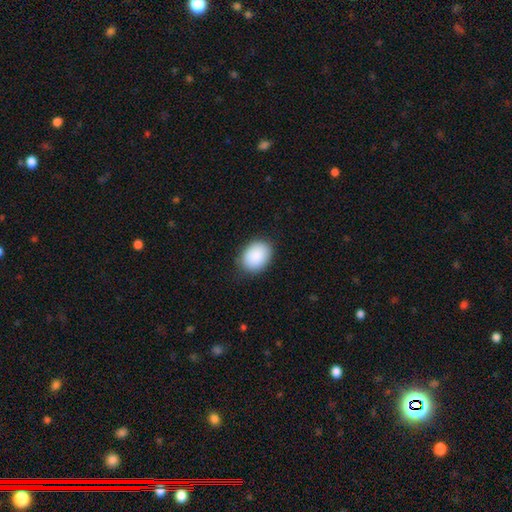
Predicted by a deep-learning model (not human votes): Smooth or featured?
  - smooth: 90% *
  - star or artifact: 6%
  - featured or disk: 4%
How rounded?
  - in between: 67% *
  - round: 32%
  - cigar-shaped: 1%
Merging?
  - none: 84% *
  - minor disturbance: 13%
  - major disturbance: 3%
  - merger: 1%